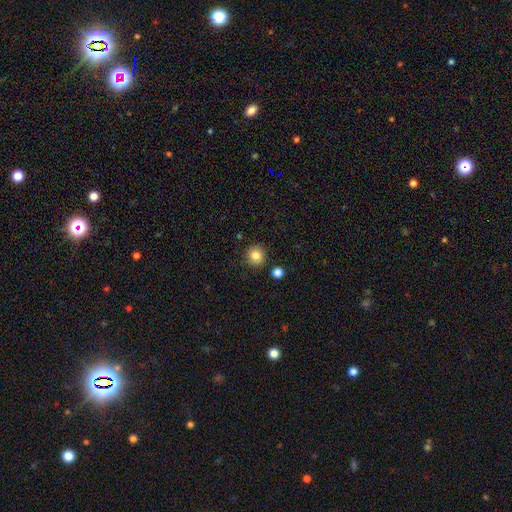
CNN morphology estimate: A smooth galaxy with no disk features (84%) that is round (92%). Merging: none (89%).